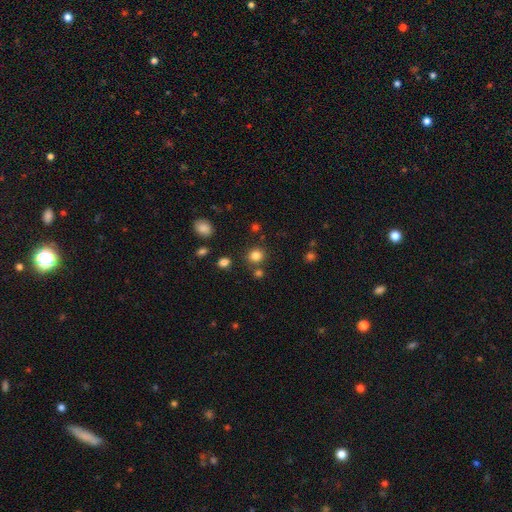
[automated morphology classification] Smooth or featured? Predicted: smooth (p=0.82). How rounded? Predicted: round (p=0.87). Merging? Predicted: none (p=0.80).